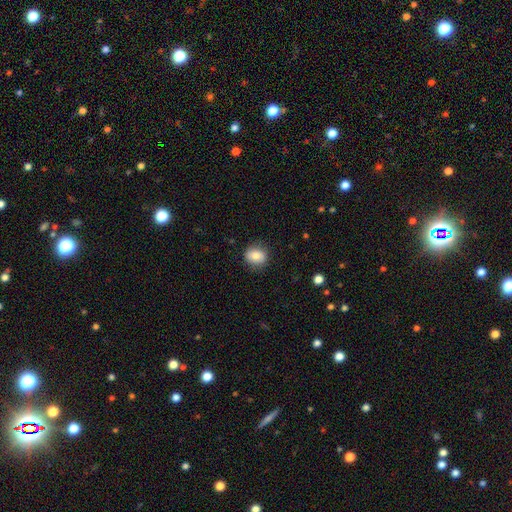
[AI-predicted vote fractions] smooth_or_featured: smooth (p=0.79) [alt: featured or disk p=0.13]
how_rounded: round (p=0.67) [alt: in between p=0.32]
merging: none (p=0.83) [alt: minor disturbance p=0.13]